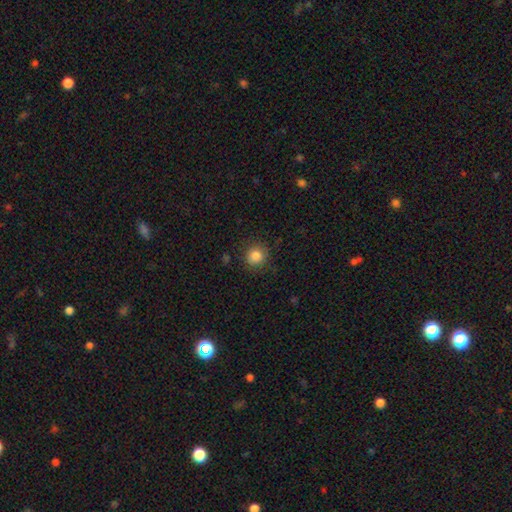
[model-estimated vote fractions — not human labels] Overall: smooth (85%). How rounded: round (90%). Merging: none (85%).